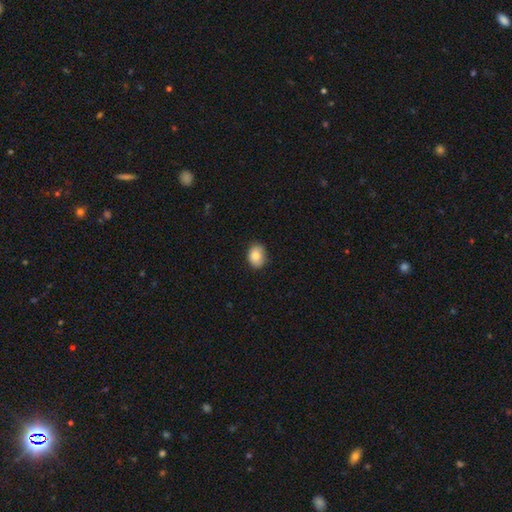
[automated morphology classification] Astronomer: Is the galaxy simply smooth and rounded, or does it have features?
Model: smooth — 84%.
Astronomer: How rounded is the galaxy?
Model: in between — 68%.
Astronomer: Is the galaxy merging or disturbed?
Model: none — 81%.